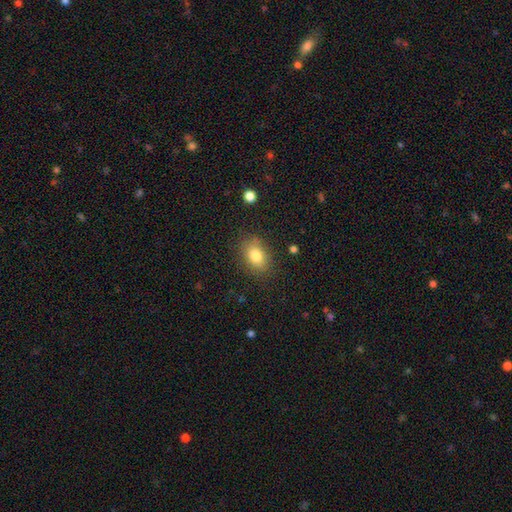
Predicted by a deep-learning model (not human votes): Smooth or featured: smooth — 82% (featured or disk — 9%)
How rounded: in between — 79% (round — 20%)
Merging: none — 82% (minor disturbance — 12%)